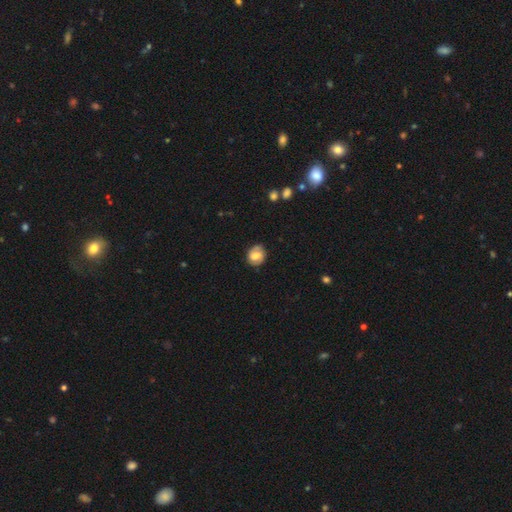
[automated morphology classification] smooth-or-featured: smooth: 53% | featured or disk: 39% | star or artifact: 8%
  how-rounded: round: 61% | in between: 38% | cigar-shaped: 1%
  merging: none: 77% | minor disturbance: 17% | major disturbance: 5% | merger: 2%